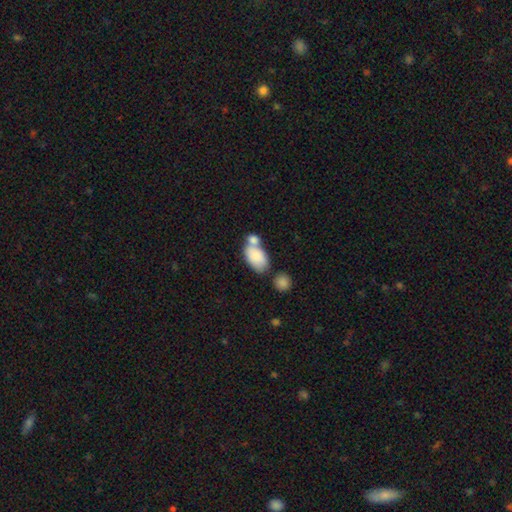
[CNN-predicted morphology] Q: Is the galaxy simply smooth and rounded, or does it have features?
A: smooth — 80%.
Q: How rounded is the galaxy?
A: in between — 92%.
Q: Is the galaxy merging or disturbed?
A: merger — 48%.